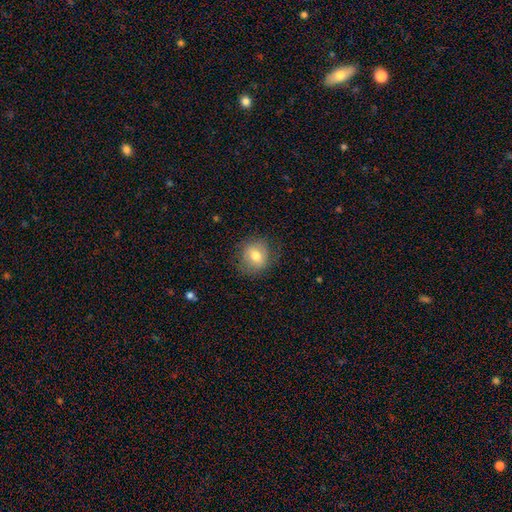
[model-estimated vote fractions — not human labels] Smooth or featured? smooth (72%)
How rounded? round (80%)
Merging? none (81%)